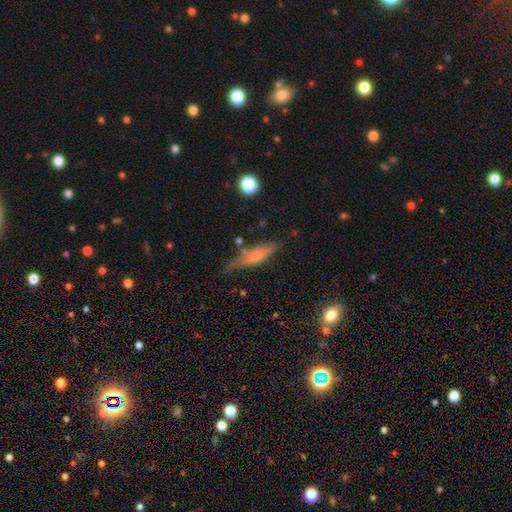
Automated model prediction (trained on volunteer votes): Smooth or featured?
  - smooth: 48% *
  - featured or disk: 43%
  - star or artifact: 8%
Merging?
  - none: 66% *
  - minor disturbance: 22%
  - major disturbance: 6%
  - merger: 5%